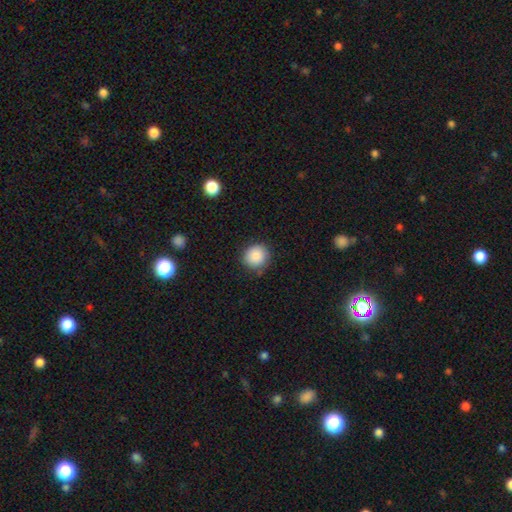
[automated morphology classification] Smooth or featured? Predicted: smooth (p=0.86). How rounded? Predicted: round (p=0.88). Merging? Predicted: none (p=0.85).